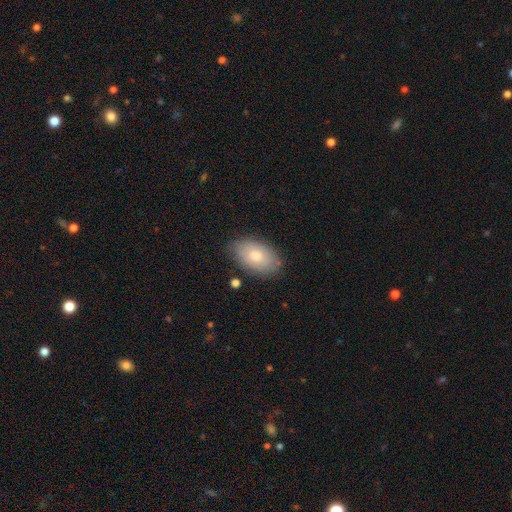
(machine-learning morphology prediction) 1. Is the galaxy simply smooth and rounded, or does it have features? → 72% smooth, 21% featured or disk, 8% star or artifact.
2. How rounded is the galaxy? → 92% in between, 7% round, 1% cigar-shaped.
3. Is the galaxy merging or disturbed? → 82% none, 13% minor disturbance, 3% major disturbance, 2% merger.